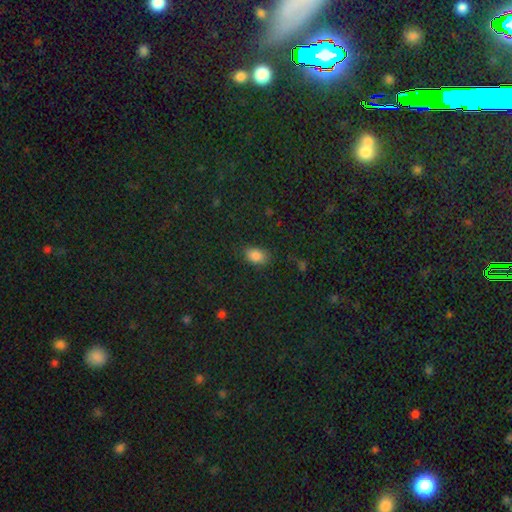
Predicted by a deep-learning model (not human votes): Q: Smooth or featured?
A: smooth (84%); runner-up: star or artifact (11%)
Q: How rounded?
A: in between (85%); runner-up: round (13%)
Q: Merging?
A: none (80%); runner-up: minor disturbance (14%)